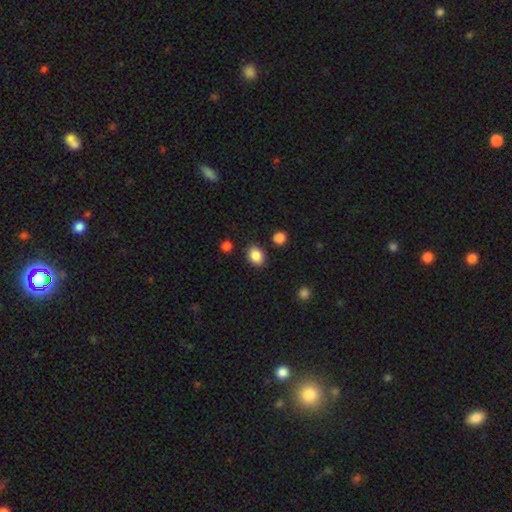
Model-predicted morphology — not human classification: The model was most divided on "how rounded": in between: 62%, round: 37%, cigar-shaped: 1%. More confident: smooth or featured — smooth (87%); merging — none (86%).